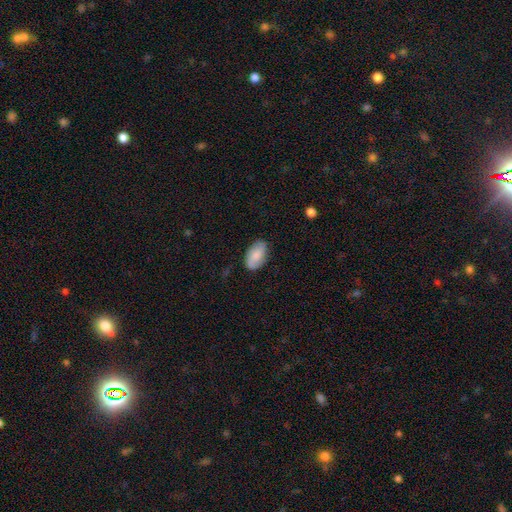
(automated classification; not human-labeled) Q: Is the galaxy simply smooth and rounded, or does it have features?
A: smooth — 69%.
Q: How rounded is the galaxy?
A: in between — 94%.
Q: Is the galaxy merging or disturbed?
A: none — 79%.